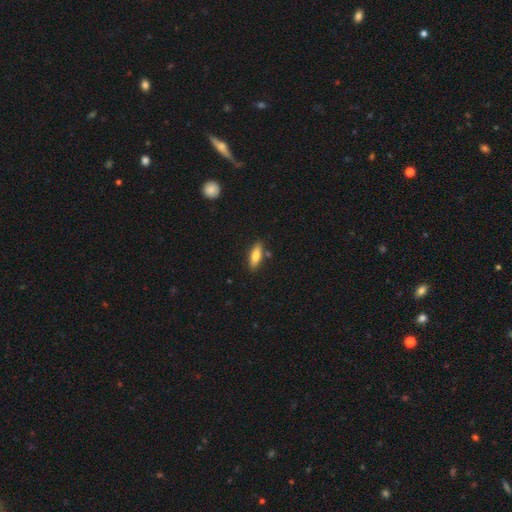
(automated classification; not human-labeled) This appears to be a smooth galaxy with no disk features (72%) that is in between round and cigar-shaped (55%). Merging: none (82%).